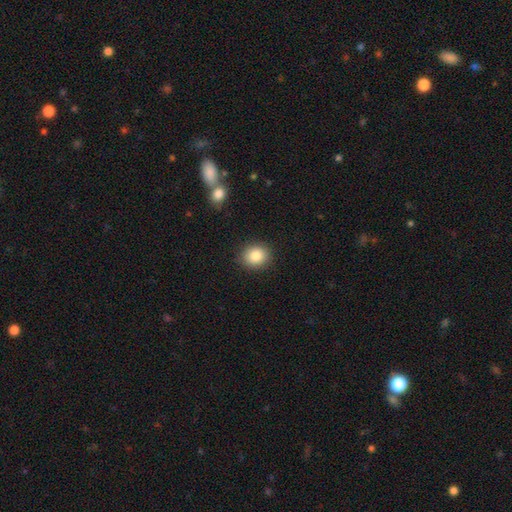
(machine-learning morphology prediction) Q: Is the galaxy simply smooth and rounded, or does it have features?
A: smooth — 85%.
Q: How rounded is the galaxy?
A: round — 75%.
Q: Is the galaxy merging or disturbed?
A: none — 89%.